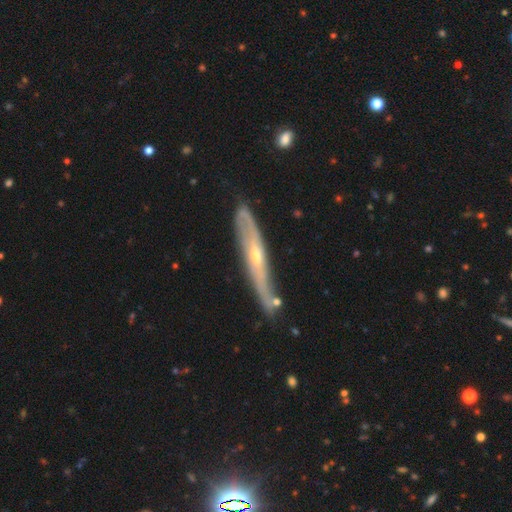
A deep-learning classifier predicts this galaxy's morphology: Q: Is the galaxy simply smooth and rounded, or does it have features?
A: featured or disk — 76%.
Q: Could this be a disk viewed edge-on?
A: yes — 66%.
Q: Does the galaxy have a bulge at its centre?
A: rounded — 71%.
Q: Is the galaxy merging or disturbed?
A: none — 73%.